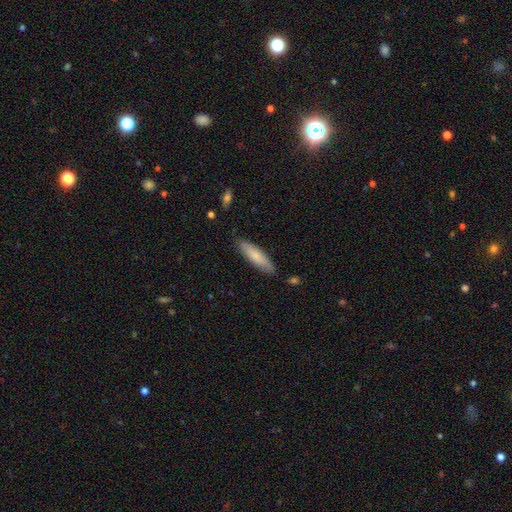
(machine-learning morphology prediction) The model was most divided on "how rounded": cigar-shaped: 68%, in between: 31%, round: 1%. More confident: merging — none (85%); smooth or featured — smooth (75%).